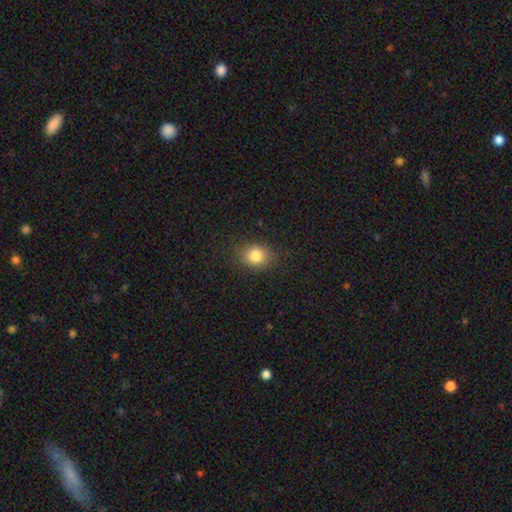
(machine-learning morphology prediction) Smooth or featured?
  - smooth: 82% *
  - star or artifact: 11%
  - featured or disk: 7%
How rounded?
  - round: 59% *
  - in between: 39%
  - cigar-shaped: 1%
Merging?
  - none: 85% *
  - minor disturbance: 11%
  - major disturbance: 3%
  - merger: 1%